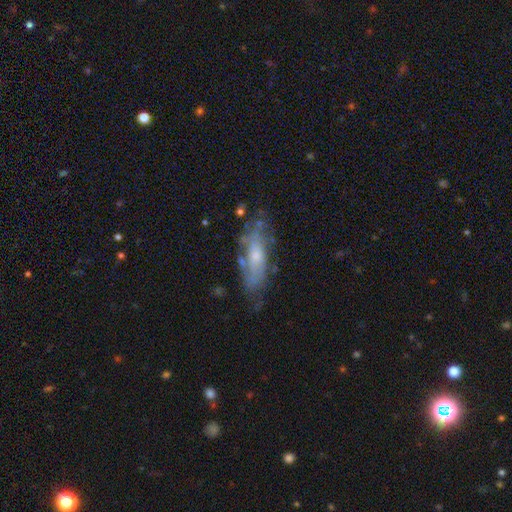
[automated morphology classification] This is possibly a featured or disk galaxy (54%). It is likely not viewed edge-on (71%). Merging: possibly none (58%).